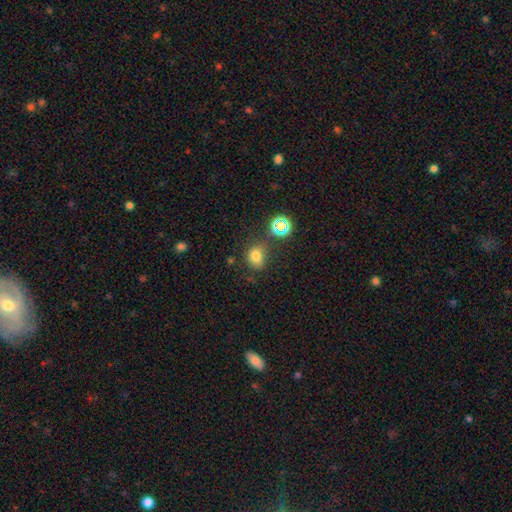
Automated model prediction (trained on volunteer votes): Q: Smooth or featured?
A: smooth (73%); runner-up: star or artifact (19%)
Q: How rounded?
A: in between (52%); runner-up: round (47%)
Q: Merging?
A: none (66%); runner-up: minor disturbance (20%)